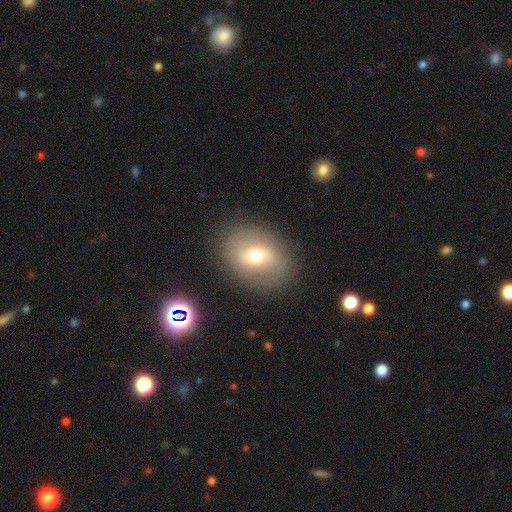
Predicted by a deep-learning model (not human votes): Smooth or featured?
  - smooth: 47% *
  - featured or disk: 42%
  - star or artifact: 11%
Merging?
  - none: 83% *
  - minor disturbance: 10%
  - major disturbance: 5%
  - merger: 2%